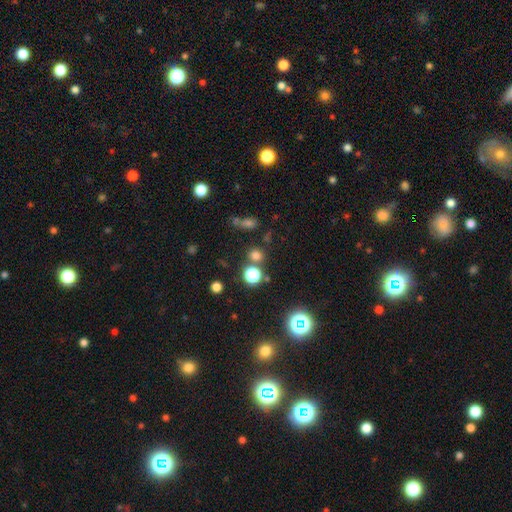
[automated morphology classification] type=smooth (66%); roundness=round (80%); merging=none (73%).